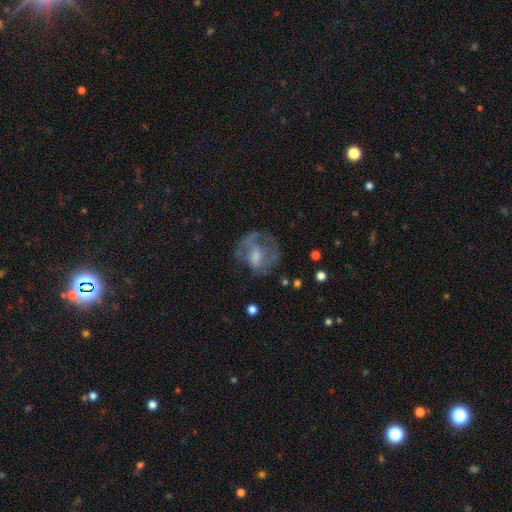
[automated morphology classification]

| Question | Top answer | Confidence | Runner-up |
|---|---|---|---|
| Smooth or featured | featured or disk | 54% | smooth (36%) |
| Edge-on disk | no | 96% | yes (4%) |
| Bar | no | 53% | weak (37%) |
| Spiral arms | no | 54% | yes (46%) |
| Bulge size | moderate | 39% | small (31%) |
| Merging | none | 48% | major disturbance (28%) |